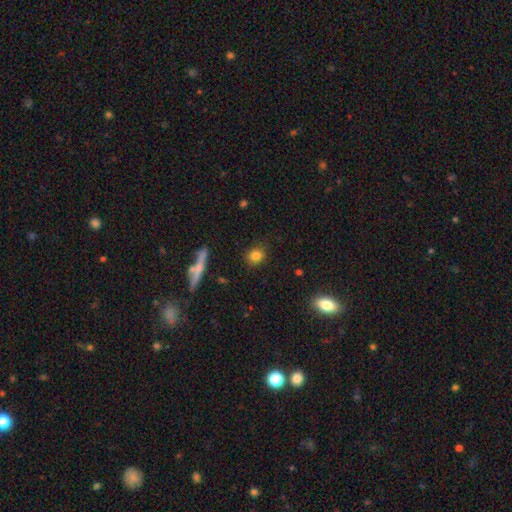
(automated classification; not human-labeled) smooth_or_featured: smooth (p=0.82) [alt: star or artifact p=0.10]
how_rounded: round (p=0.75) [alt: in between p=0.22]
merging: none (p=0.86) [alt: minor disturbance p=0.09]